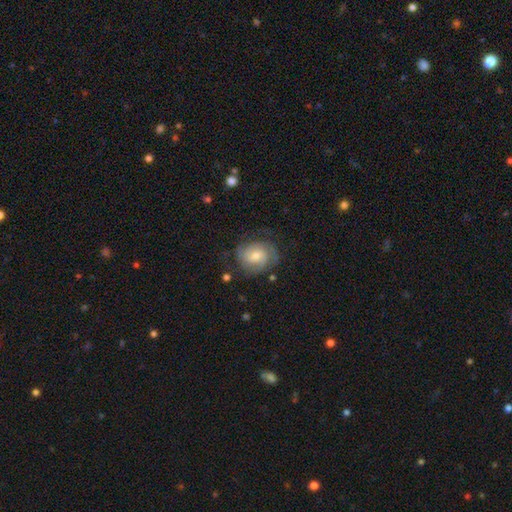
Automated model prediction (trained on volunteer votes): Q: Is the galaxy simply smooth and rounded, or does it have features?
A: featured or disk — 75%.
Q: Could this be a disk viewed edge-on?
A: no — 98%.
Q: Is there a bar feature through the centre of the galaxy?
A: no — 61%.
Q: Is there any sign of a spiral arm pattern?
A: yes — 94%.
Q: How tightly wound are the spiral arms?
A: tight — 56%.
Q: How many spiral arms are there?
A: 2 — 52%.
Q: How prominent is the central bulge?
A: moderate — 49%.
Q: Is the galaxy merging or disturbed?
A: none — 73%.